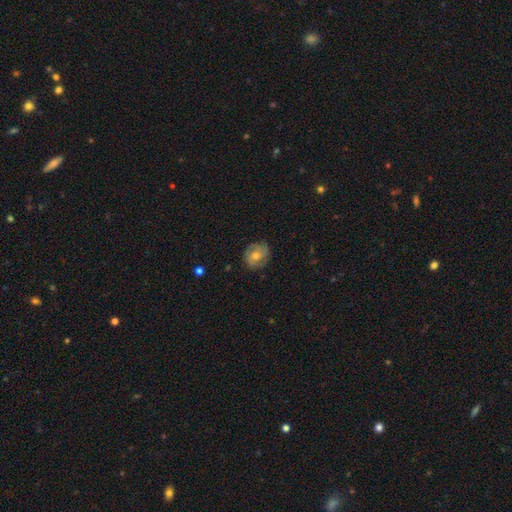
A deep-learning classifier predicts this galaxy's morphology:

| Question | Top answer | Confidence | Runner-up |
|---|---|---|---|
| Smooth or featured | featured or disk | 50% | smooth (39%) |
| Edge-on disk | no | 96% | yes (4%) |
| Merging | none | 80% | minor disturbance (15%) |